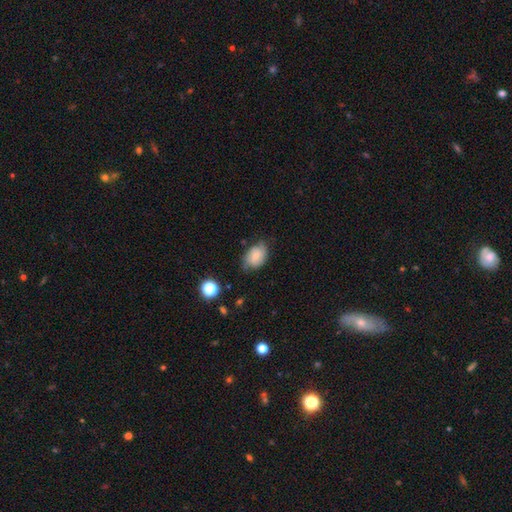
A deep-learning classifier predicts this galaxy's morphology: A smooth galaxy with no disk features (50%) that is in between round and cigar-shaped (77%).

Vote fractions:
- Smooth or featured? smooth: 50% / featured or disk: 40% / star or artifact: 10%
- How rounded? in between: 77% / round: 22% / cigar-shaped: 1%
- Merging? none: 61% / minor disturbance: 30% / major disturbance: 8% / merger: 2%